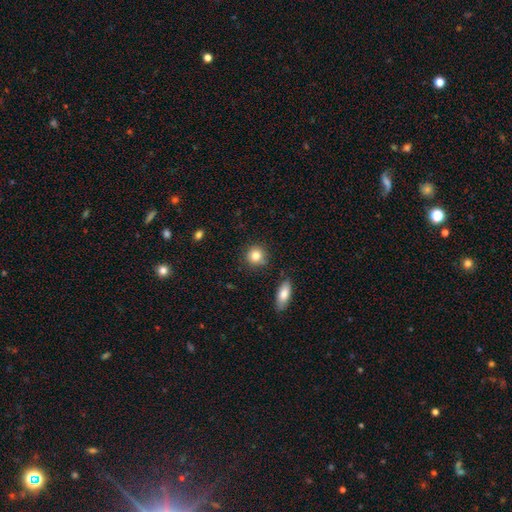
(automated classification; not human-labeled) Smooth or featured?
  - smooth: 84% *
  - star or artifact: 9%
  - featured or disk: 8%
How rounded?
  - round: 88% *
  - in between: 11%
  - cigar-shaped: 1%
Merging?
  - none: 83% *
  - minor disturbance: 11%
  - merger: 4%
  - major disturbance: 3%